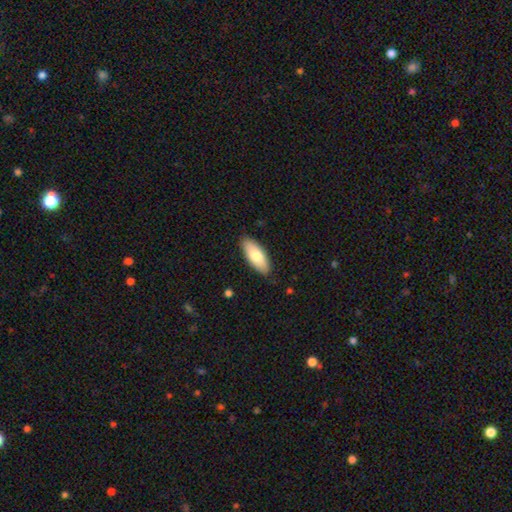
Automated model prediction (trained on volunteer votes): Q: Smooth or featured?
A: smooth (76%); runner-up: featured or disk (18%)
Q: How rounded?
A: in between (80%); runner-up: cigar-shaped (18%)
Q: Merging?
A: none (87%); runner-up: minor disturbance (10%)